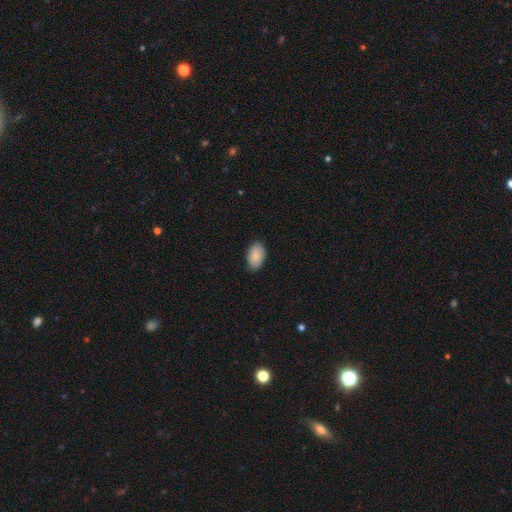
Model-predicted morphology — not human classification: type=smooth (89%); roundness=in between (94%); merging=none (85%).